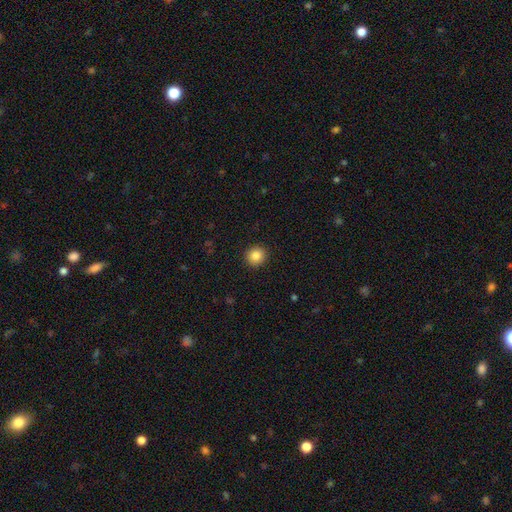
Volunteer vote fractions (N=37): Volunteers were most divided on "smooth or featured": smooth: 86%, featured or disk: 11%, star or artifact: 3%. More confident: how rounded — round (97%); merging — none (89%).